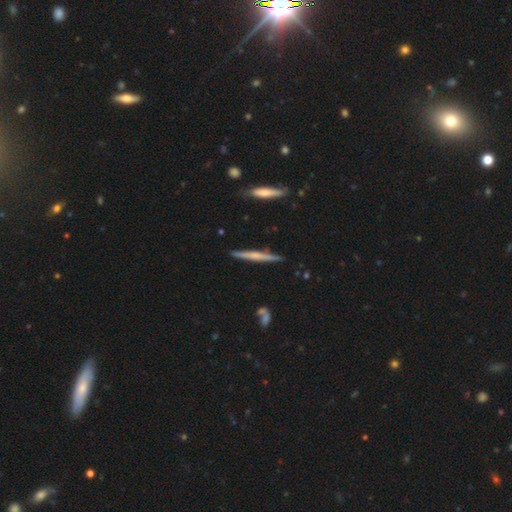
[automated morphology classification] Smooth or featured?
  - featured or disk: 57% *
  - smooth: 38%
  - star or artifact: 6%
Edge-on disk?
  - yes: 97% *
  - no: 3%
Edge-on bulge?
  - none: 46% *
  - rounded: 41%
  - boxy: 13%
Merging?
  - none: 88% *
  - minor disturbance: 8%
  - merger: 2%
  - major disturbance: 2%